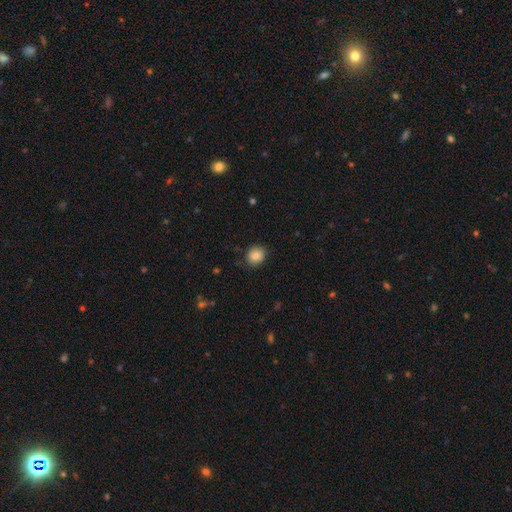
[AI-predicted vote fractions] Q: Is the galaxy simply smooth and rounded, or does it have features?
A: smooth — 86%.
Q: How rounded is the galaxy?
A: round — 75%.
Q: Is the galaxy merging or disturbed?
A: none — 84%.